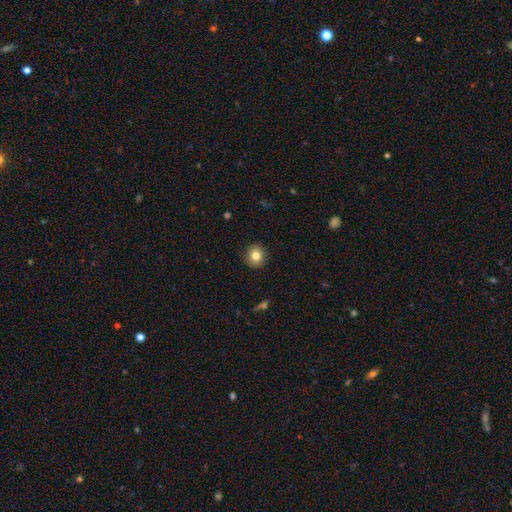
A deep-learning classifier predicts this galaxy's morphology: smooth 82%, star or artifact 10%, featured or disk 8%. Down the decision tree: how rounded — round (87%); merging — none (92%).